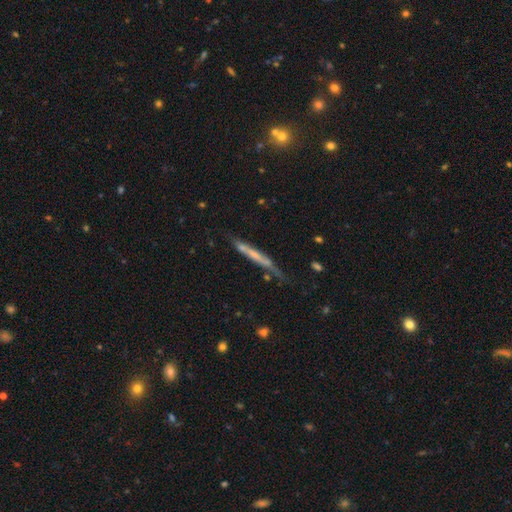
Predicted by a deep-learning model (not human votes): A featured or disk galaxy (56%) viewed edge-on (87%).

Vote fractions:
- Smooth or featured? featured or disk: 56% / smooth: 37% / star or artifact: 7%
- Edge-on disk? yes: 87% / no: 13%
- Merging? none: 60% / minor disturbance: 26% / major disturbance: 9% / merger: 6%